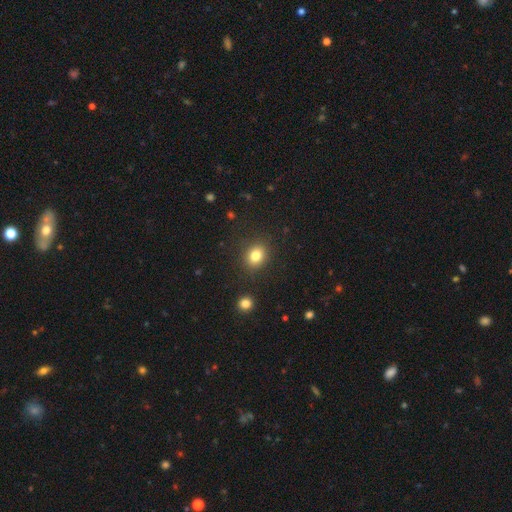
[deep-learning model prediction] This is clearly a smooth galaxy (81%). How rounded: likely round (61%). Merging: clearly none (86%).